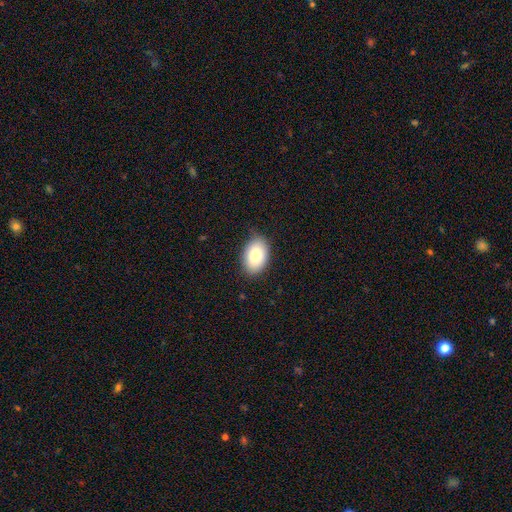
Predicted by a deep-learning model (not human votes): This appears to be a smooth galaxy with no disk features (84%) that is in between round and cigar-shaped (89%). Merging: none (84%).